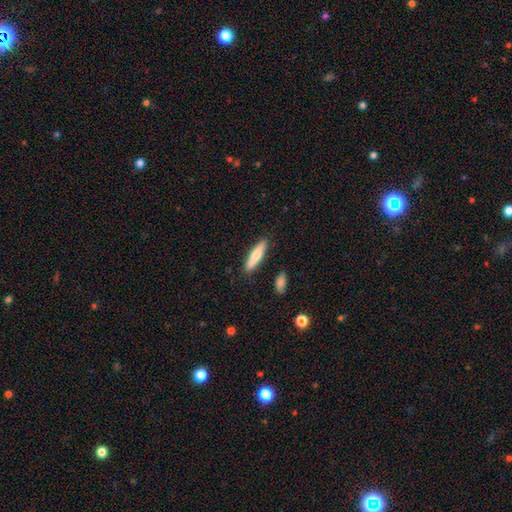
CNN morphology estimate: Smooth or featured?
  - smooth: 65% *
  - featured or disk: 30%
  - star or artifact: 6%
How rounded?
  - cigar-shaped: 77% *
  - in between: 21%
  - round: 2%
Merging?
  - none: 87% *
  - minor disturbance: 8%
  - merger: 3%
  - major disturbance: 2%